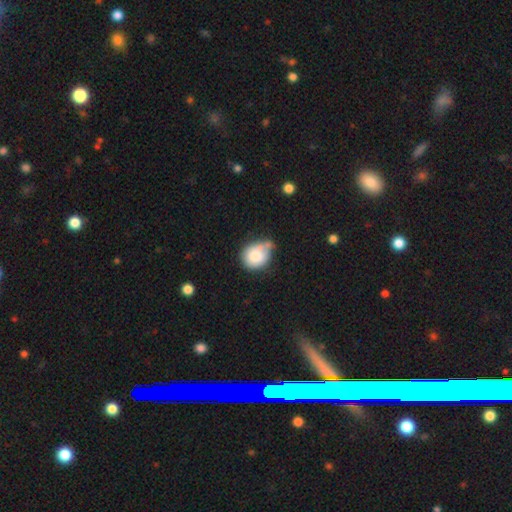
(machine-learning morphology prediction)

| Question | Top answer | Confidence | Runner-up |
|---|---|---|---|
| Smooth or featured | smooth | 77% | featured or disk (15%) |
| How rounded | round | 65% | in between (34%) |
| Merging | minor disturbance | 35% | tied: none (35%) |